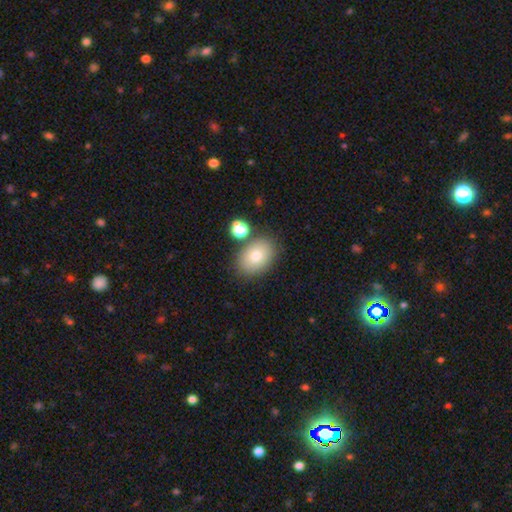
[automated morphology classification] Smooth or featured?
  - smooth: 79% *
  - featured or disk: 12%
  - star or artifact: 9%
How rounded?
  - in between: 82% *
  - round: 17%
  - cigar-shaped: 1%
Merging?
  - none: 78% *
  - minor disturbance: 11%
  - merger: 8%
  - major disturbance: 3%